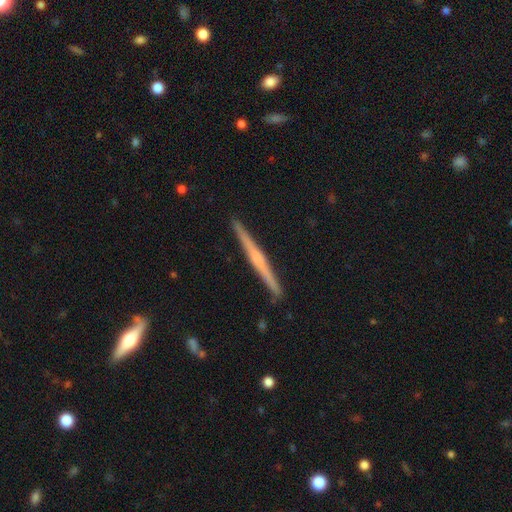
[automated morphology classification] featured or disk 75%, smooth 19%, star or artifact 6%. Down the decision tree: edge-on disk — yes (98%); edge-on bulge — rounded (63%); merging — none (91%).